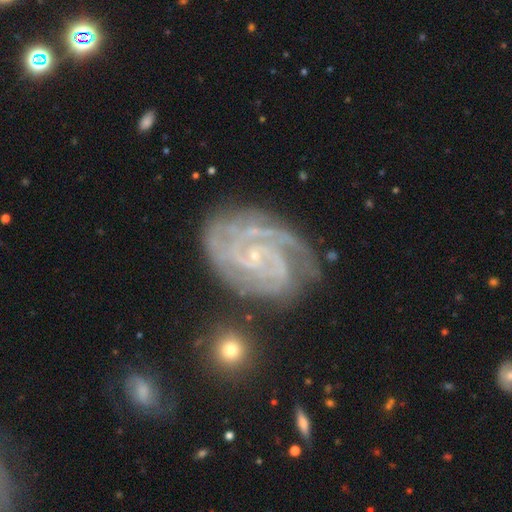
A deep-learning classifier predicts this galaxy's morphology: This is clearly a featured or disk galaxy (90%). It is clearly not viewed edge-on (97%). Bar: likely no (61%). Spiral arm pattern: clearly yes (98%). Spiral arm count: marginally 3 (25%). Spiral winding: likely tight (73%). Central bulge: clearly small (87%). Merging: likely none (71%).